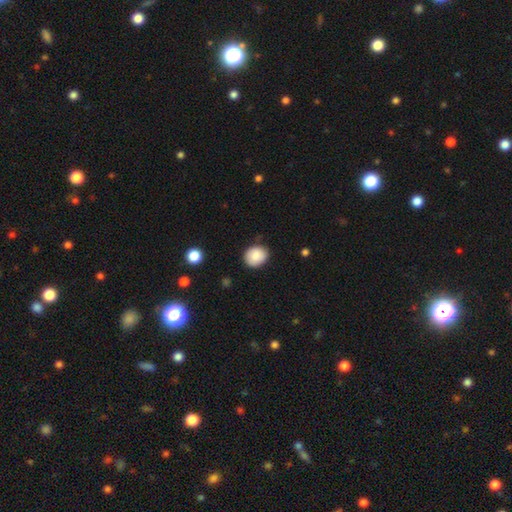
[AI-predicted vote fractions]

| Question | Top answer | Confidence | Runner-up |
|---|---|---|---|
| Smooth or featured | smooth | 85% | star or artifact (8%) |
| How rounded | round | 66% | in between (33%) |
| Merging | none | 82% | minor disturbance (14%) |